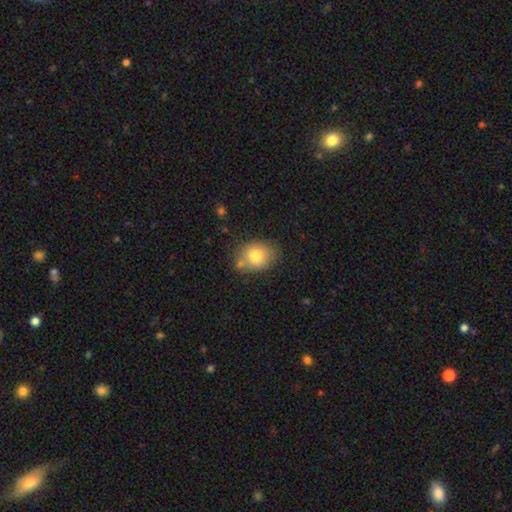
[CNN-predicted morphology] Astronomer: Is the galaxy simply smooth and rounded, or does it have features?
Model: smooth — 76%.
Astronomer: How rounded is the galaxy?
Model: in between — 54% (runner-up: round, 46%).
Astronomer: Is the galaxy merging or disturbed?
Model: none — 66%.